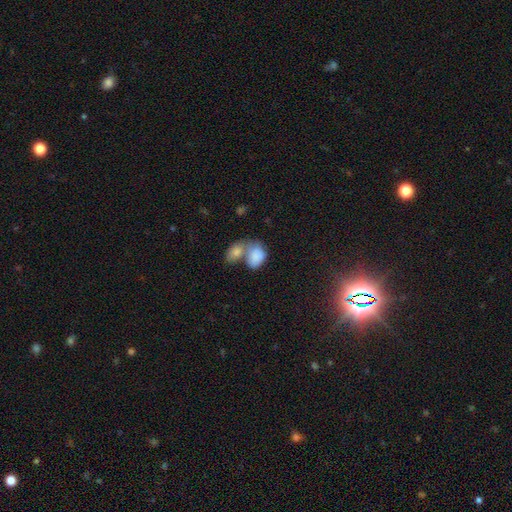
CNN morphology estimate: smooth 82%, featured or disk 11%, star or artifact 7%. Down the decision tree: how rounded — in between (80%); merging — merger (67%).